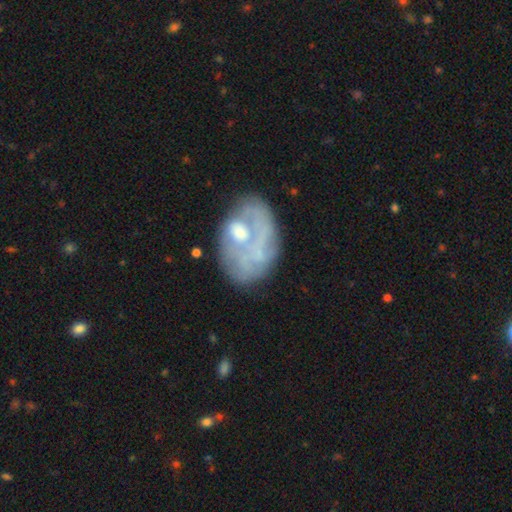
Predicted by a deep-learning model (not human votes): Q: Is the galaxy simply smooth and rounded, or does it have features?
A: featured or disk — 62%.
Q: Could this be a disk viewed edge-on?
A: no — 97%.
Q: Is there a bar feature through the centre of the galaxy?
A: no — 79%.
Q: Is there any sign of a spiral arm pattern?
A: no — 59%.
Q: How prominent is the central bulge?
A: moderate — 48%.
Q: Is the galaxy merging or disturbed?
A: none — 50%.